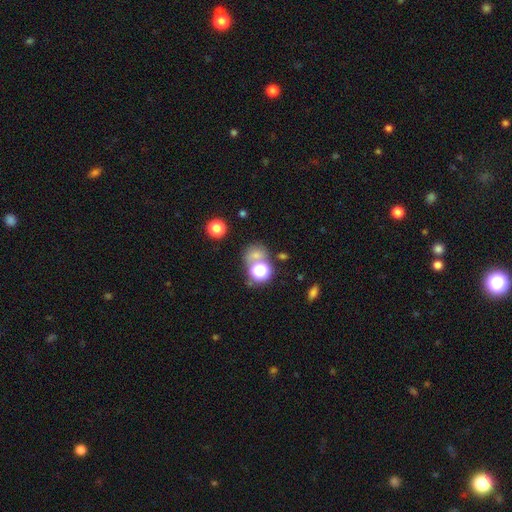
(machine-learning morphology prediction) smooth 61%, star or artifact 27%, featured or disk 12%. Down the decision tree: how rounded — round (71%); merging — none (49%).